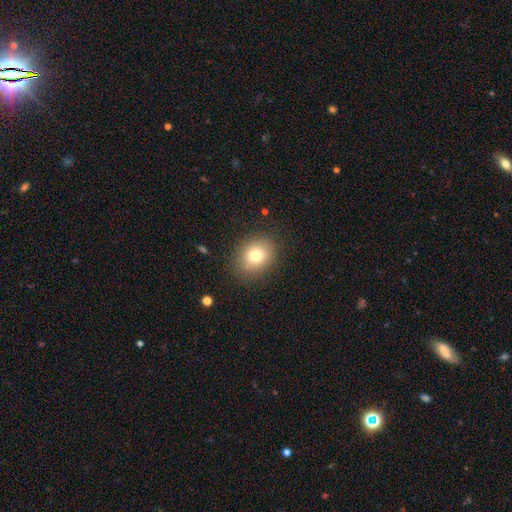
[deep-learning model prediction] Smooth or featured: smooth — 77% (featured or disk — 12%)
How rounded: round — 57% (in between — 42%)
Merging: none — 85% (minor disturbance — 10%)